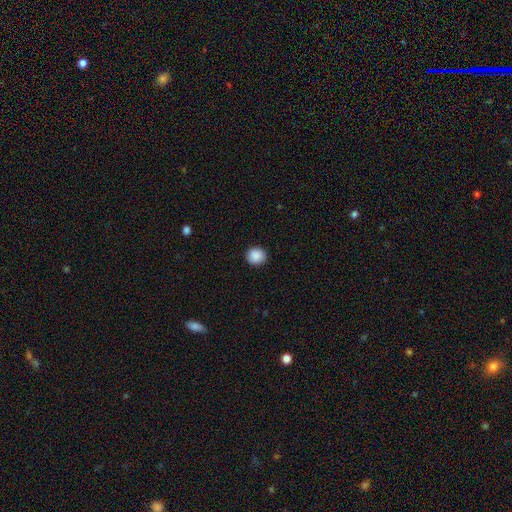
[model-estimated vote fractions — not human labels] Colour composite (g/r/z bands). It shows a smooth galaxy with no disk features (89%) that is round (89%). Merging: none (92%).